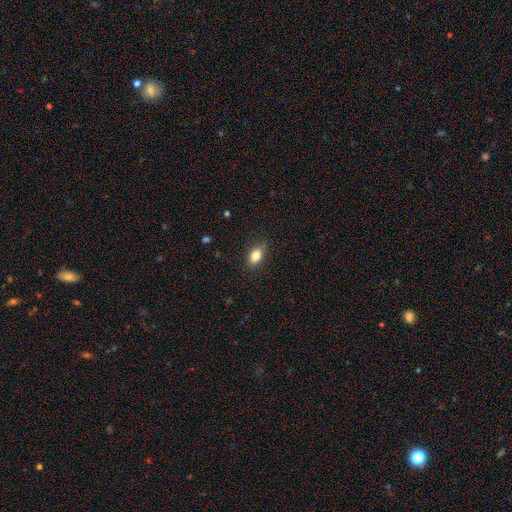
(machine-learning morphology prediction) smooth 82%, featured or disk 10%, star or artifact 9%. Down the decision tree: how rounded — in between (83%); merging — none (80%).